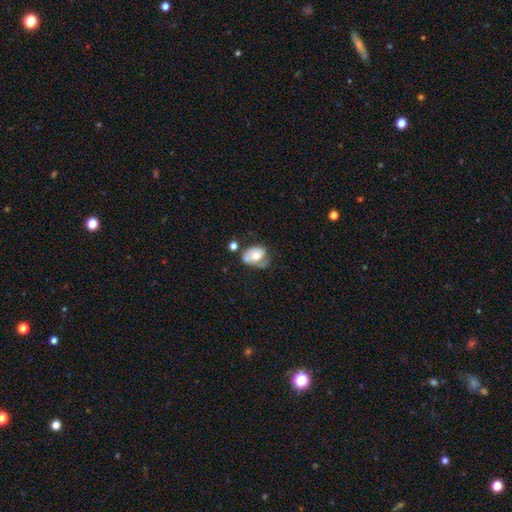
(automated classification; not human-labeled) smooth-or-featured: smooth: 51% | featured or disk: 41% | star or artifact: 7%
  how-rounded: in between: 66% | round: 33% | cigar-shaped: 1%
  merging: none: 37% | minor disturbance: 31% | major disturbance: 18% | merger: 14%